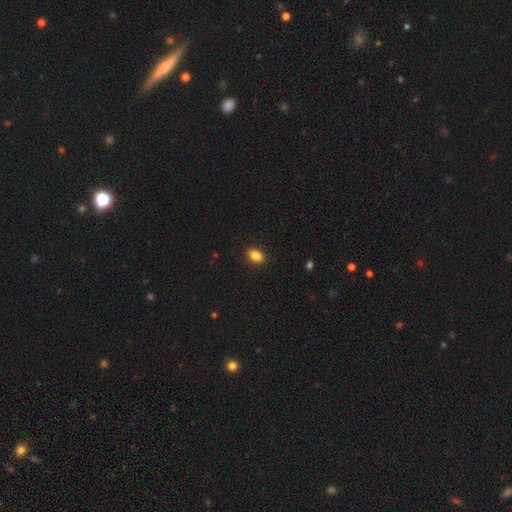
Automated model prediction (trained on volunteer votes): Smooth or featured? smooth (86%)
How rounded? in between (86%)
Merging? none (90%)